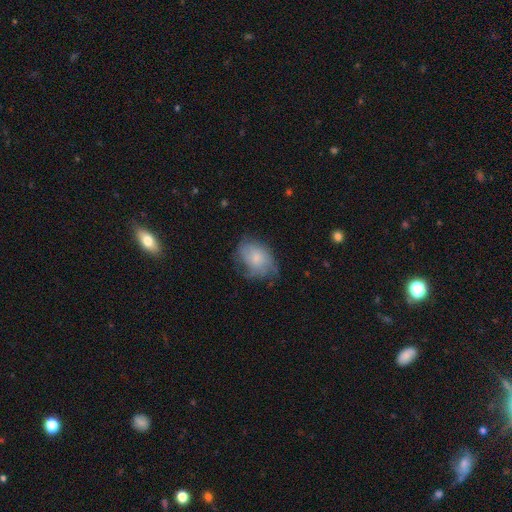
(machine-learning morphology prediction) Overall: smooth (47%; featured or disk 43%). Merging: none (56%; minor disturbance 29%).